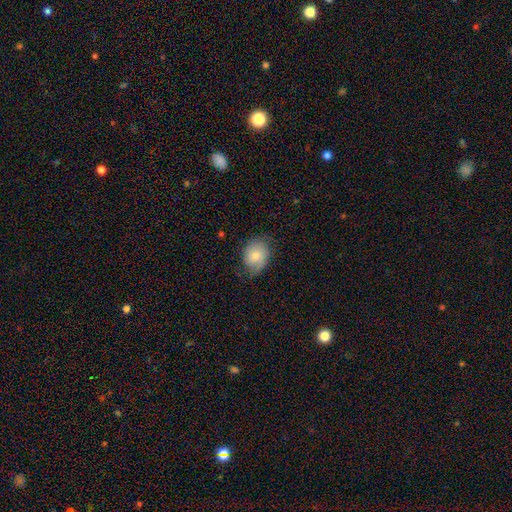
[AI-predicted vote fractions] Smooth or featured? smooth (77%)
How rounded? in between (56%)
Merging? none (65%)